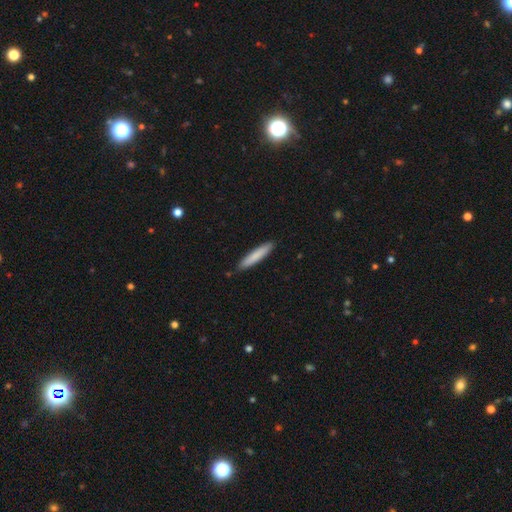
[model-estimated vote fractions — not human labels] Smooth or featured? smooth (82%)
How rounded? cigar-shaped (91%)
Merging? none (88%)